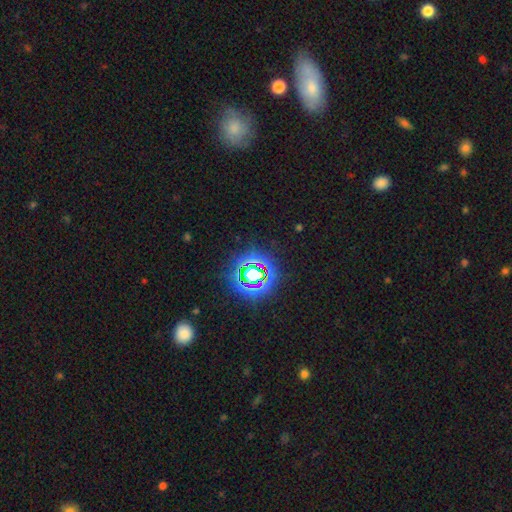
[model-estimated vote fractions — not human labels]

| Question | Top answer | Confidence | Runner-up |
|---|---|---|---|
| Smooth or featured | star or artifact | 73% | smooth (18%) |